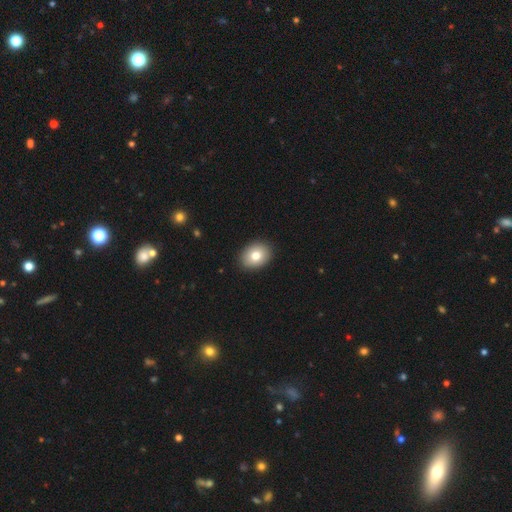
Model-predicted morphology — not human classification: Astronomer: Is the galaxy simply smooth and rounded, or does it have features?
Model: smooth — 79%.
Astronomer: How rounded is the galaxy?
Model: in between — 60% (runner-up: round, 40%).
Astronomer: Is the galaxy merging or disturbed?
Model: none — 90%.